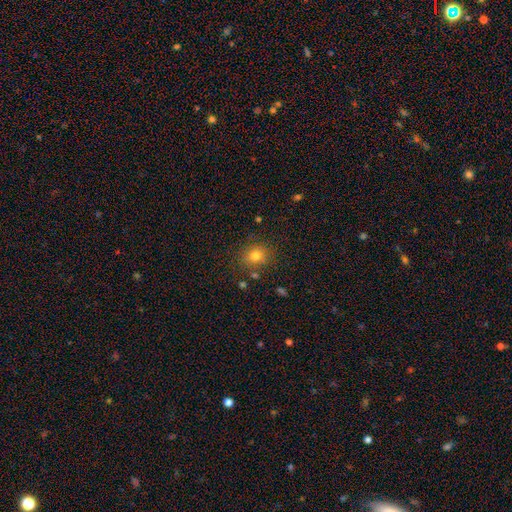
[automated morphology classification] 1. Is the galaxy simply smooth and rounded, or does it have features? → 77% smooth, 14% star or artifact, 9% featured or disk.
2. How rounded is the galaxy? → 74% round, 25% in between, 1% cigar-shaped.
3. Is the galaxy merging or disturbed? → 81% none, 11% minor disturbance, 4% merger, 4% major disturbance.